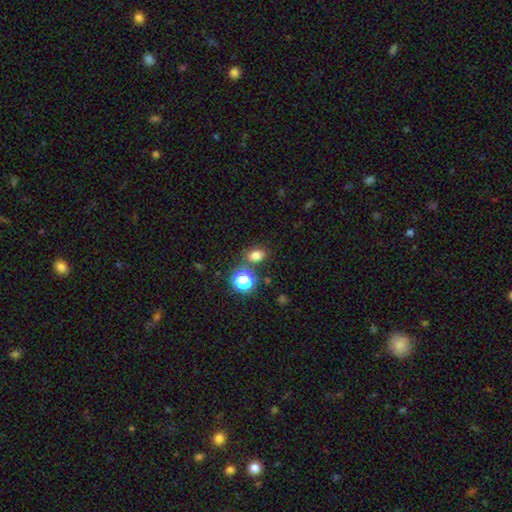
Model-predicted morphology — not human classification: This is likely a smooth galaxy (76%). How rounded: likely in between (62%). Merging: likely none (76%).